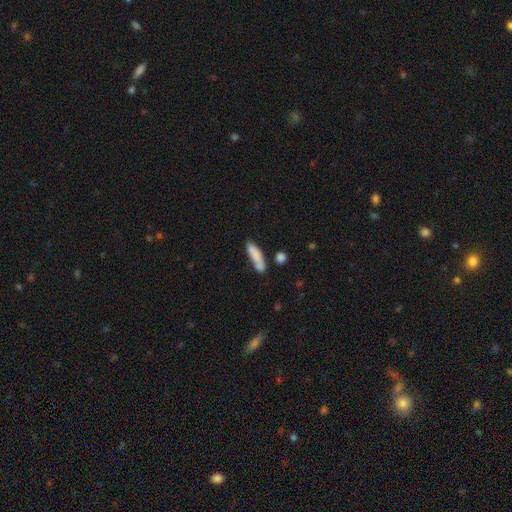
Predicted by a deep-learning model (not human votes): The model was most divided on "how rounded": cigar-shaped: 62%, in between: 36%, round: 2%. More confident: smooth or featured — smooth (79%); merging — none (51%).